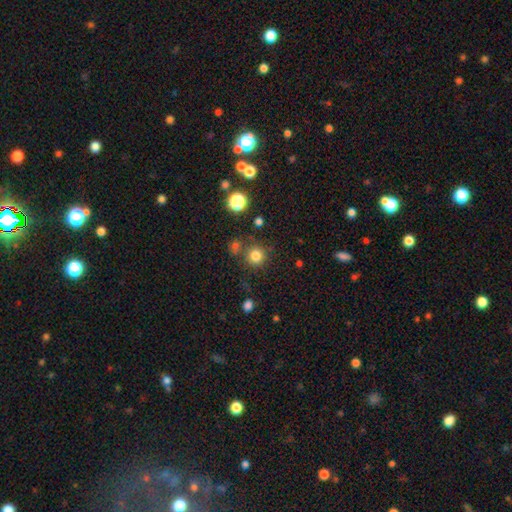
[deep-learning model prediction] Morphology: type=smooth (80%); roundness=round (93%); merging=none (77%).